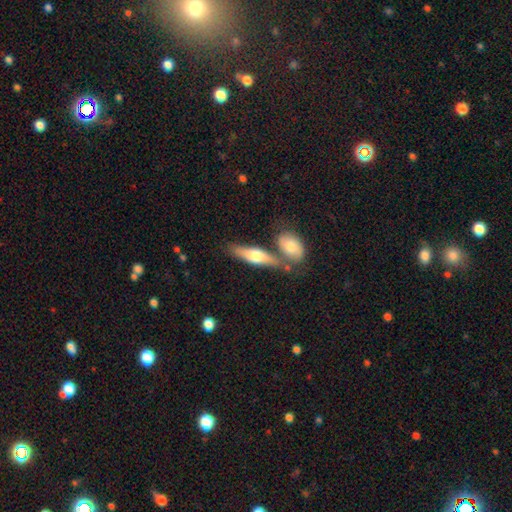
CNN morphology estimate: smooth 54%, featured or disk 41%, star or artifact 5%. Down the decision tree: how rounded — cigar-shaped (51%); merging — none (59%).